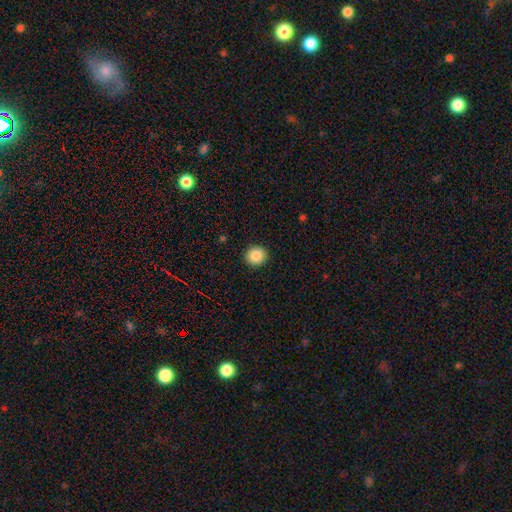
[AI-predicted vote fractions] The model was most divided on "smooth or featured": smooth: 86%, star or artifact: 9%, featured or disk: 5%. More confident: merging — none (92%); how rounded — round (89%).